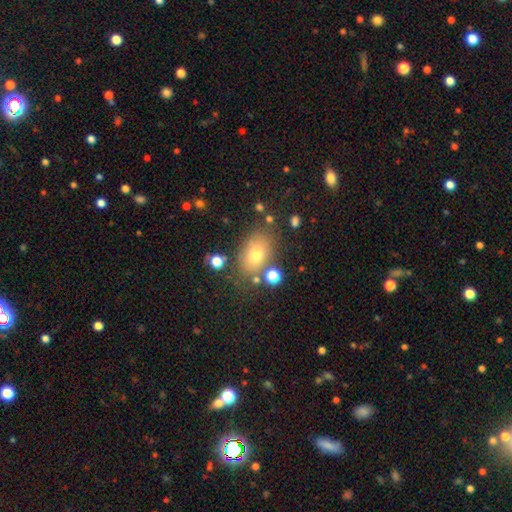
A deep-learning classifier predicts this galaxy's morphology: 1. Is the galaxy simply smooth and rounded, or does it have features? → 72% smooth, 15% featured or disk, 13% star or artifact.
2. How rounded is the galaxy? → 83% in between, 15% round, 2% cigar-shaped.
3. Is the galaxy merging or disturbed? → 71% none, 15% minor disturbance, 8% merger, 6% major disturbance.